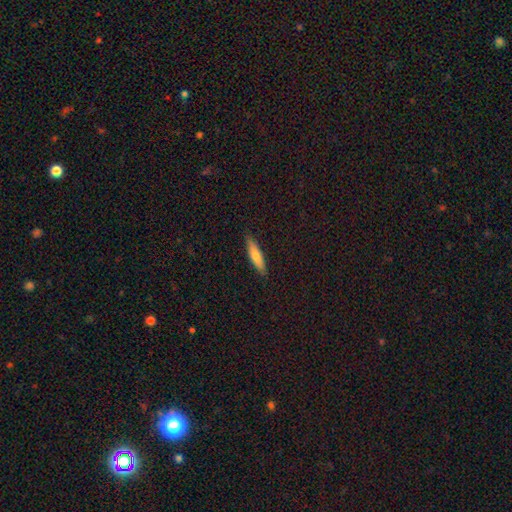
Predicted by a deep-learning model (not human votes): The model was most divided on "smooth or featured": smooth: 64%, featured or disk: 30%, star or artifact: 6%. More confident: merging — none (88%); how rounded — cigar-shaped (77%).